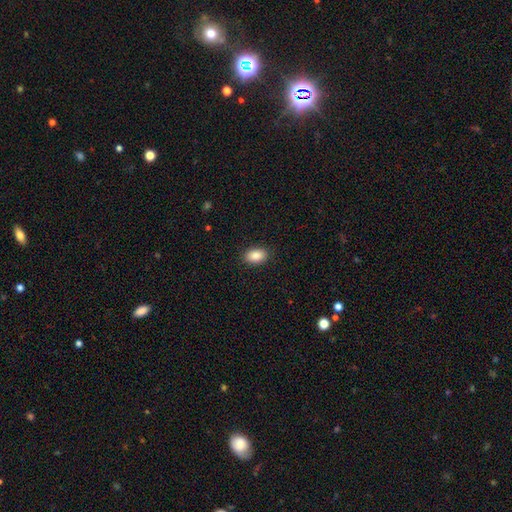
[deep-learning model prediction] Q: Smooth or featured?
A: smooth (88%); runner-up: star or artifact (8%)
Q: How rounded?
A: in between (88%); runner-up: round (11%)
Q: Merging?
A: none (90%); runner-up: minor disturbance (7%)